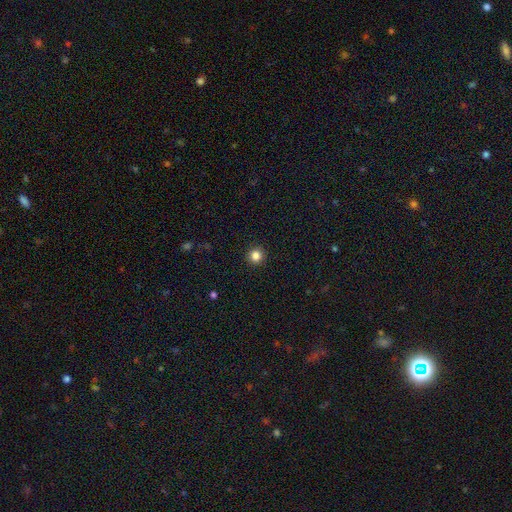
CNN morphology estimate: smooth_or_featured: smooth (p=0.84) [alt: star or artifact p=0.12]
how_rounded: round (p=0.95) [alt: in between p=0.04]
merging: none (p=0.93) [alt: minor disturbance p=0.05]